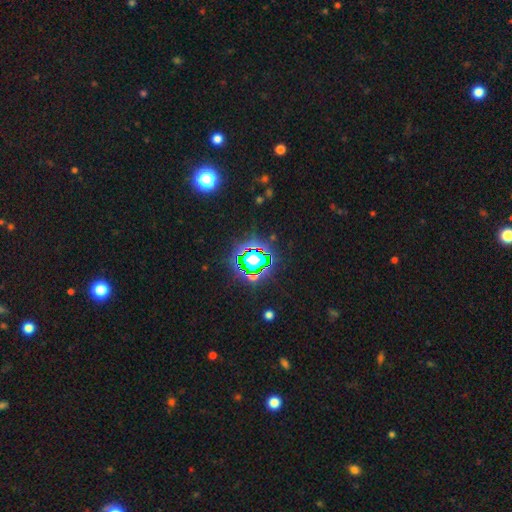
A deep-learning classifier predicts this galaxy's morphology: Smooth or featured? star or artifact (68%)